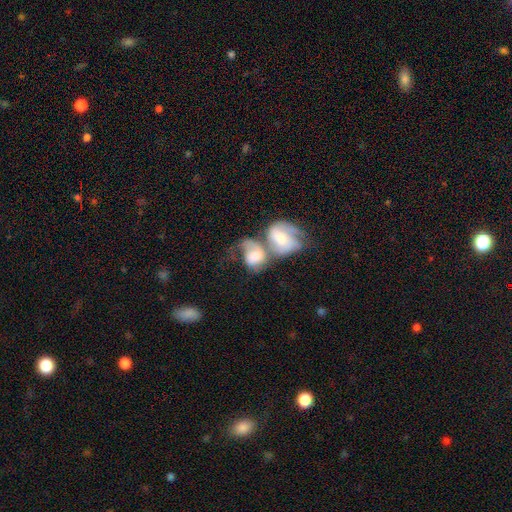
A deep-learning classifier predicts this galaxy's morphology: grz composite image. It shows a featured or disk galaxy (56%) with no bar (62%), spiral arms (83%) and a moderate central bulge (57%). Merging: merger (73%).